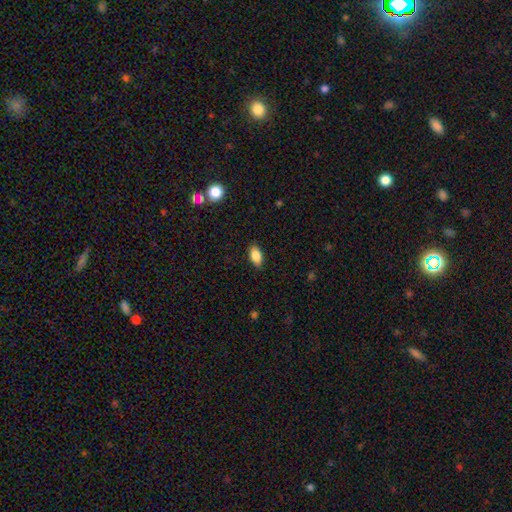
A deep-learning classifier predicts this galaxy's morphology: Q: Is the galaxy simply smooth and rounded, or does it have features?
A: smooth — 85%.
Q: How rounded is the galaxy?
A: in between — 90%.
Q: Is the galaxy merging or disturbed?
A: none — 87%.